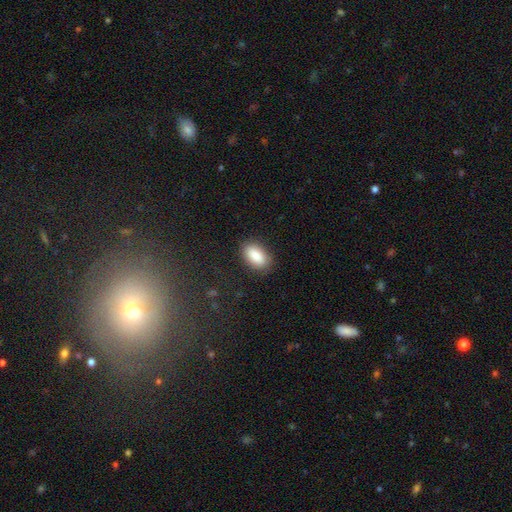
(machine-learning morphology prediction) This appears to be a smooth galaxy with no disk features (87%) that is in between round and cigar-shaped (91%). Merging: none (86%).